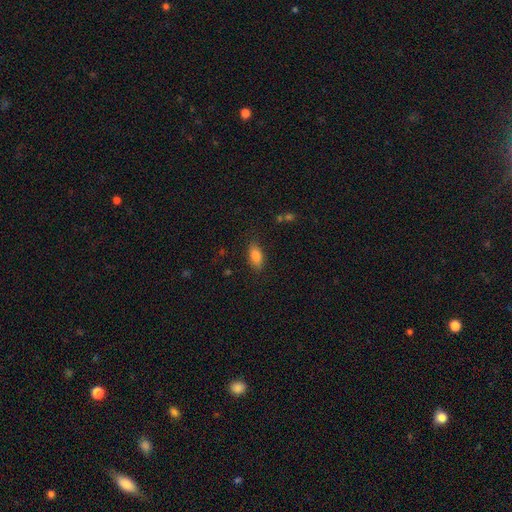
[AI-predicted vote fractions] The model was most divided on "smooth or featured": smooth: 83%, featured or disk: 9%, star or artifact: 8%. More confident: how rounded — in between (87%); merging — none (85%).